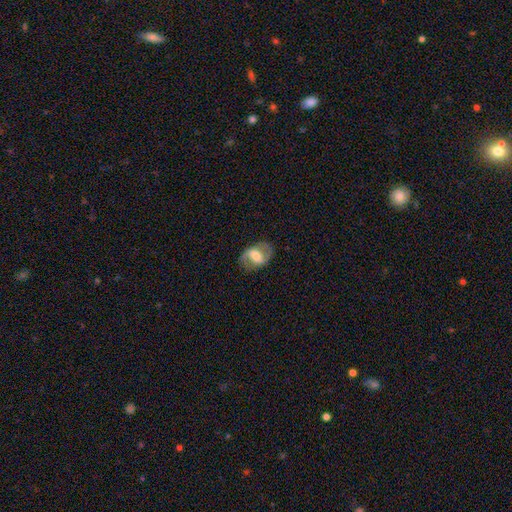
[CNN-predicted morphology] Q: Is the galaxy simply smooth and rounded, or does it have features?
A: featured or disk — 65%.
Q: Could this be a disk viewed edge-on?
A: no — 96%.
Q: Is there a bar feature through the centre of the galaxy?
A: weak — 43%.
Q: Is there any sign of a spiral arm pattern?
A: yes — 80%.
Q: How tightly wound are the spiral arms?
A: medium — 48%.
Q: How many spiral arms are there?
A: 2 — 88%.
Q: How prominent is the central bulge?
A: moderate — 51%.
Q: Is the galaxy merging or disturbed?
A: none — 79%.